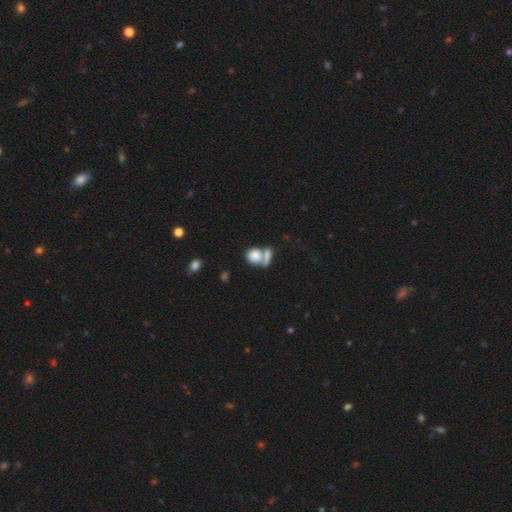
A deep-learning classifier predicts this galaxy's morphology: Smooth or featured? Predicted: smooth (p=0.79). How rounded? Predicted: round (p=0.66). Merging? Predicted: merger (p=0.51).